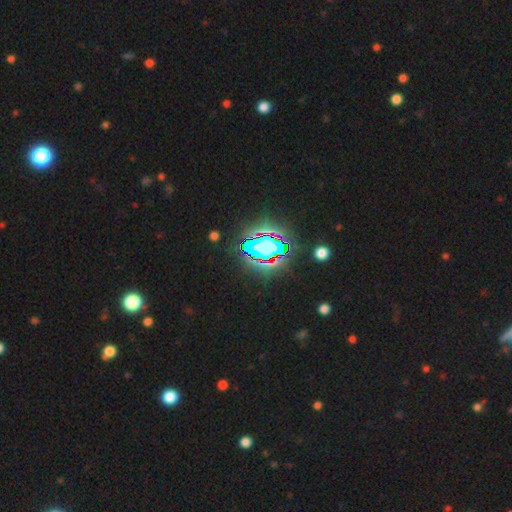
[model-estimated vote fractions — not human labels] Q: Smooth or featured?
A: star or artifact (83%); runner-up: smooth (10%)